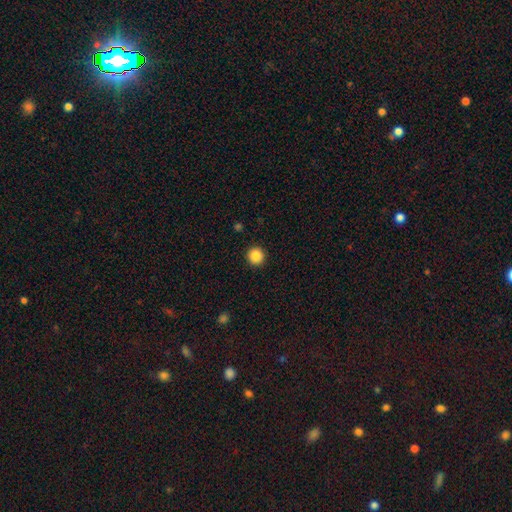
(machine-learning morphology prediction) The model was most divided on "smooth or featured": smooth: 87%, star or artifact: 10%, featured or disk: 3%. More confident: how rounded — round (95%); merging — none (93%).